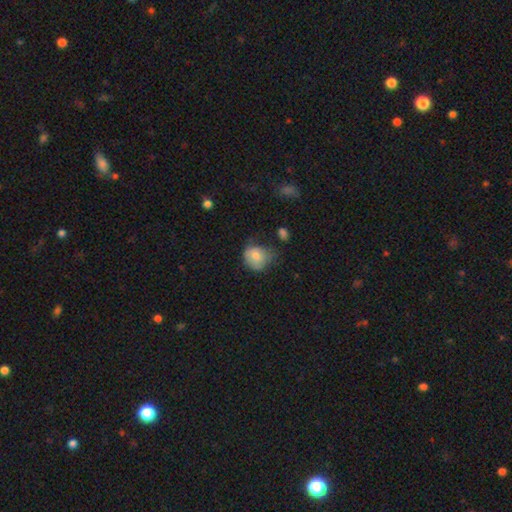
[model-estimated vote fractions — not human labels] Smooth or featured? Predicted: smooth (p=0.75). How rounded? Predicted: round (p=0.67). Merging? Predicted: minor disturbance (p=0.40).